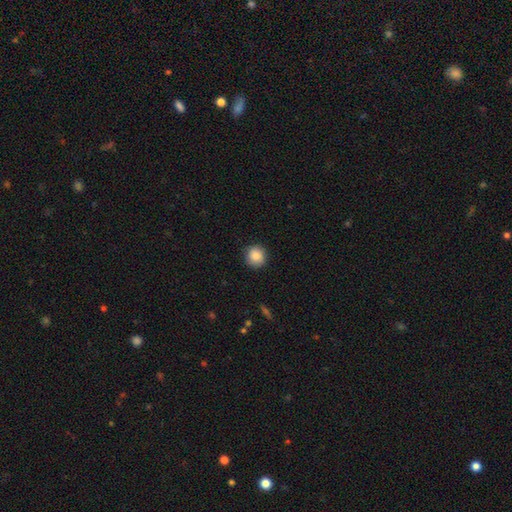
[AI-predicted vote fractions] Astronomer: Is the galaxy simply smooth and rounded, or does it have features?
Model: smooth — 87%.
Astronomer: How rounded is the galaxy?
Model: round — 90%.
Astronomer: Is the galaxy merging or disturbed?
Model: none — 86%.